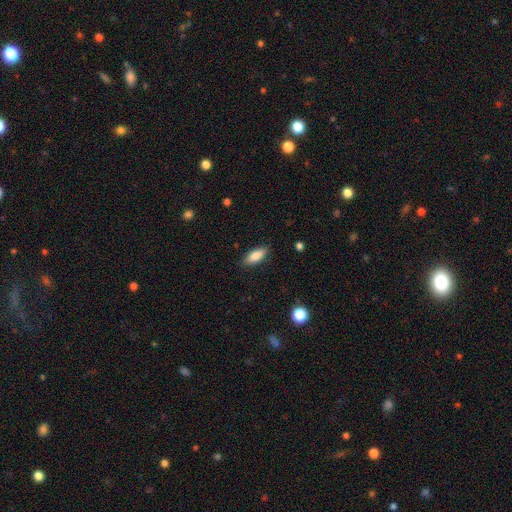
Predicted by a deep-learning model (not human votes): Morphology: type=smooth (84%); roundness=in between (75%); merging=none (85%).